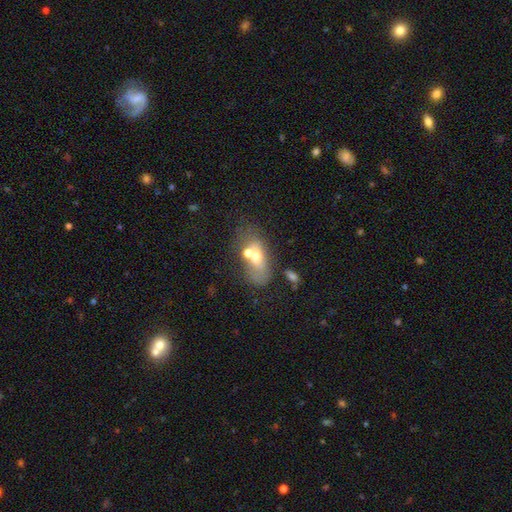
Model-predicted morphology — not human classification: This appears to be a smooth galaxy with no disk features (56%) that is in between round and cigar-shaped (79%). Merging: merger (42%).